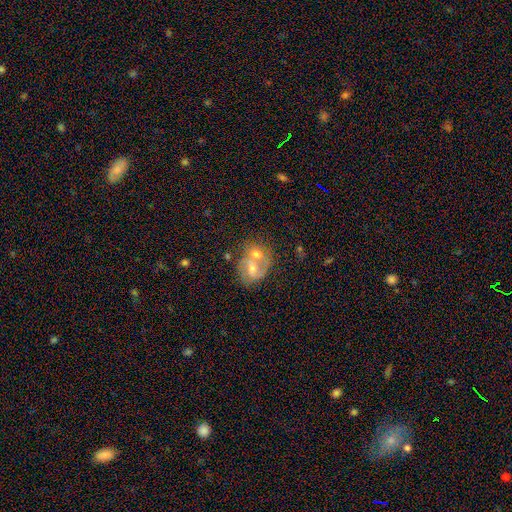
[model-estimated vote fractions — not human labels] smooth_or_featured: featured or disk (p=0.59) [alt: smooth p=0.31]
disk_edge_on: no (p=0.97) [alt: yes p=0.03]
bar: no (p=0.52) [alt: weak p=0.36]
has_spiral_arms: yes (p=0.64) [alt: no p=0.36]
bulge_size: moderate (p=0.60) [alt: small p=0.29]
merging: merger (p=0.51) [alt: none p=0.33]